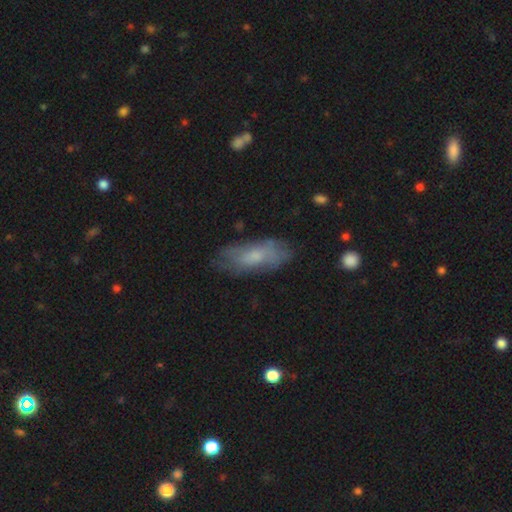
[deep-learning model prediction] This is possibly a smooth galaxy (55%). How rounded: likely in between (76%). Merging: likely none (68%).